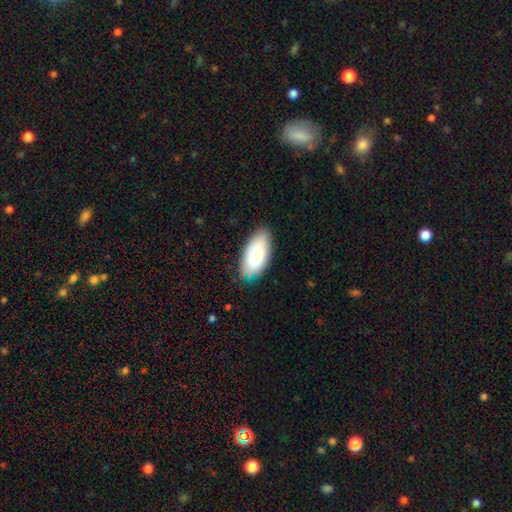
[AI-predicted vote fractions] A smooth galaxy with no disk features (86%) that is in between round and cigar-shaped (92%). Merging: none (81%).